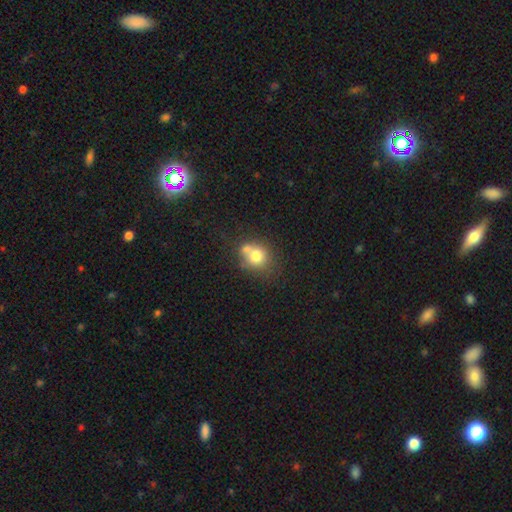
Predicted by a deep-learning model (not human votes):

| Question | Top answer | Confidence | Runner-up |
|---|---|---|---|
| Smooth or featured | smooth | 72% | featured or disk (16%) |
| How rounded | round | 76% | in between (23%) |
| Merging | merger | 42% | none (41%) |